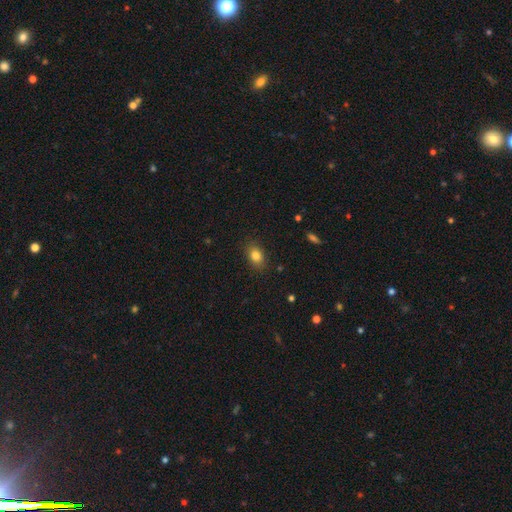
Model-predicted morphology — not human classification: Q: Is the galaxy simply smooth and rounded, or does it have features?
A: smooth — 82%.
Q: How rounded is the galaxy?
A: in between — 77%.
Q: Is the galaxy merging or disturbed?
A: none — 85%.